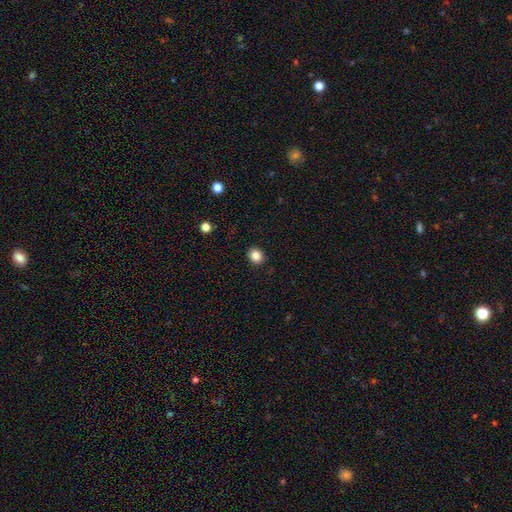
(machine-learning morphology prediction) A smooth galaxy with no disk features (84%) that is round (69%).

Vote fractions:
- Smooth or featured? smooth: 84% / star or artifact: 11% / featured or disk: 5%
- How rounded? round: 69% / in between: 30% / cigar-shaped: 1%
- Merging? none: 91% / minor disturbance: 6% / major disturbance: 2% / merger: 1%